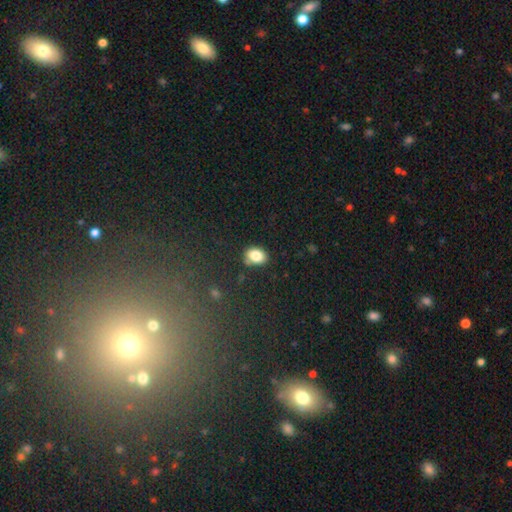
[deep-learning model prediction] A smooth galaxy with no disk features (83%) that is in between round and cigar-shaped (72%). Merging: none (78%).